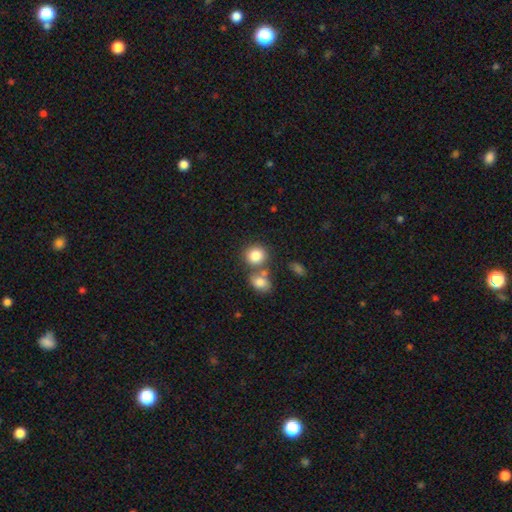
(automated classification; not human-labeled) Smooth or featured? Predicted: smooth (p=0.83). How rounded? Predicted: round (p=0.79). Merging? Predicted: none (p=0.58).